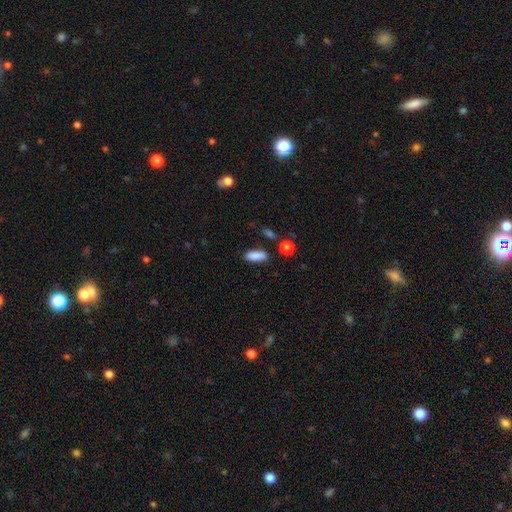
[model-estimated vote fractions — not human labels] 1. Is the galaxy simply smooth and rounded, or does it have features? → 88% smooth, 8% star or artifact, 5% featured or disk.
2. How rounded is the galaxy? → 71% in between, 27% cigar-shaped, 3% round.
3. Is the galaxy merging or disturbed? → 81% none, 12% minor disturbance, 3% merger, 3% major disturbance.